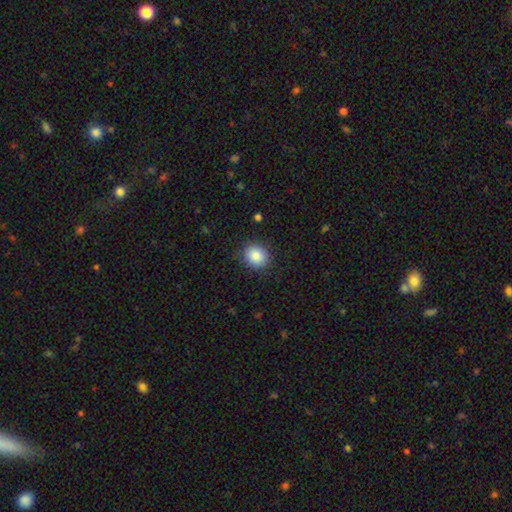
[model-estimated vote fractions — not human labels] A smooth galaxy with no disk features (87%) that is round (75%). Merging: none (88%).